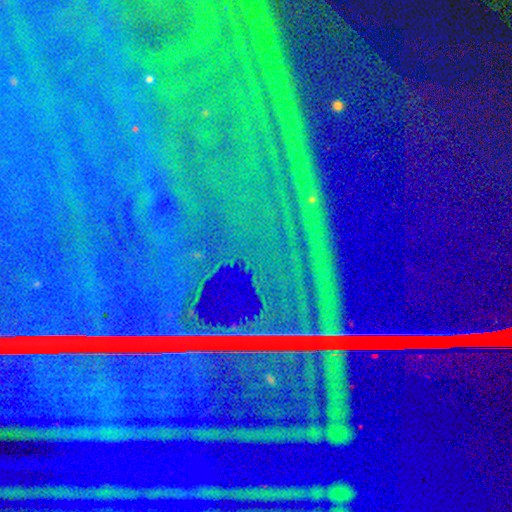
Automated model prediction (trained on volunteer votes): Smooth or featured? star or artifact (90%)